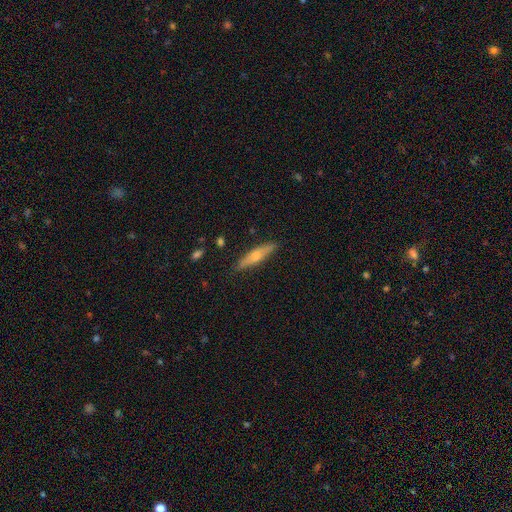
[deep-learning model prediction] smooth 60%, featured or disk 34%, star or artifact 6%. Down the decision tree: how rounded — cigar-shaped (82%); merging — none (86%).